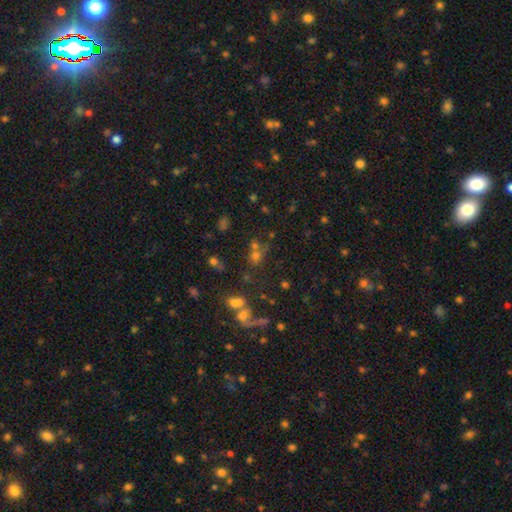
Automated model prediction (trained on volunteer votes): smooth_or_featured: smooth (p=0.53) [alt: star or artifact p=0.33]
how_rounded: round (p=0.74) [alt: in between p=0.24]
merging: none (p=0.46) [alt: merger p=0.35]